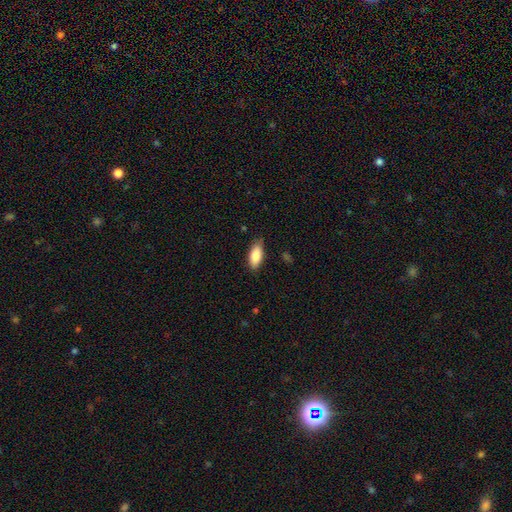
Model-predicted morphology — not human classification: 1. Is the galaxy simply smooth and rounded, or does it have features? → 86% smooth, 8% featured or disk, 6% star or artifact.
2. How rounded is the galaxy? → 85% in between, 13% cigar-shaped, 2% round.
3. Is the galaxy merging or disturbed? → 83% none, 14% minor disturbance, 2% major disturbance, 1% merger.